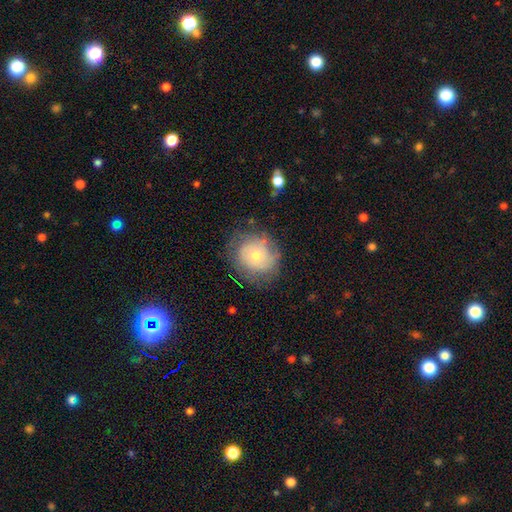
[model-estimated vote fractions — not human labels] A smooth galaxy with no disk features (49%).

Vote fractions:
- Smooth or featured? smooth: 49% / featured or disk: 42% / star or artifact: 9%
- Merging? none: 70% / minor disturbance: 20% / major disturbance: 8% / merger: 2%